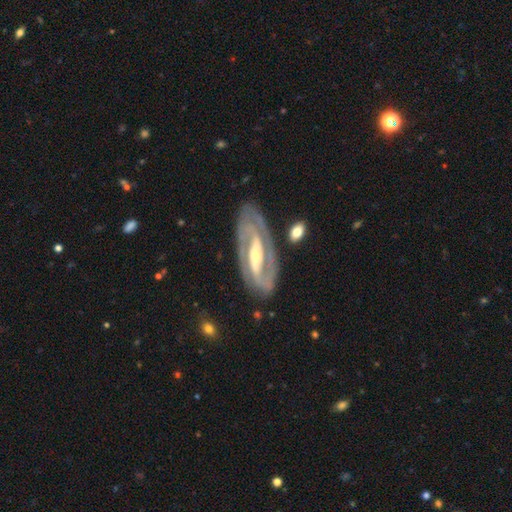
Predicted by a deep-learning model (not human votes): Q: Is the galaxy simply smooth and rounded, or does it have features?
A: featured or disk — 89%.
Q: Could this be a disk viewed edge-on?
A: no — 92%.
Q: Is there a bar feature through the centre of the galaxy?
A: strong — 66%.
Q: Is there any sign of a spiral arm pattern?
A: yes — 93%.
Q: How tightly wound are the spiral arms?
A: tight — 51%.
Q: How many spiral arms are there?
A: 2 — 88%.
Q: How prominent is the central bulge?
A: small — 48%.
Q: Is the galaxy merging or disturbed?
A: none — 82%.